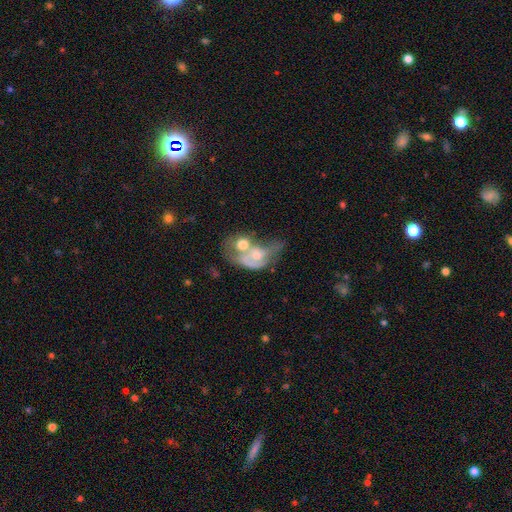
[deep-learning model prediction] Smooth or featured? featured or disk (54%)
Edge-on disk? no (96%)
Bar? no (80%)
Spiral arms? no (52%)
Bulge size? moderate (53%)
Merging? merger (71%)